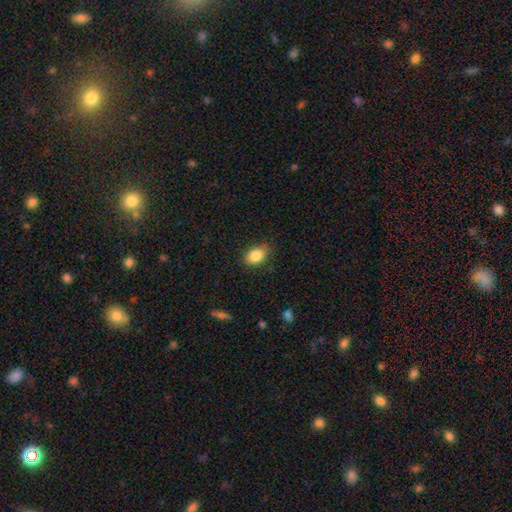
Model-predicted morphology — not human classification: This is clearly a smooth galaxy (86%). How rounded: clearly in between (84%). Merging: likely none (77%).